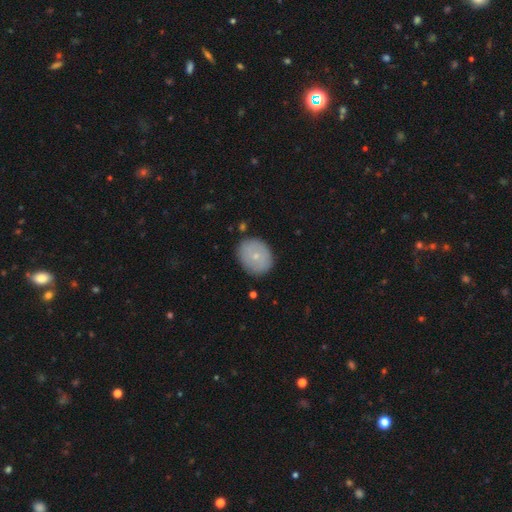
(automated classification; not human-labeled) smooth-or-featured: smooth: 69% | featured or disk: 24% | star or artifact: 7%
  how-rounded: round: 56% | in between: 43% | cigar-shaped: 1%
  merging: none: 83% | minor disturbance: 13% | major disturbance: 3% | merger: 2%